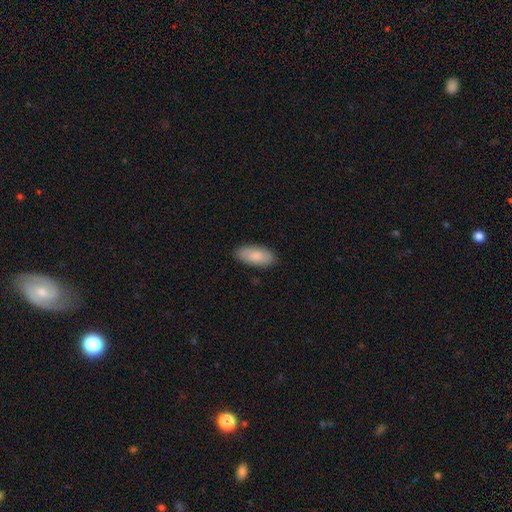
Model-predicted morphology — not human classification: Smooth or featured?
  - smooth: 86% *
  - featured or disk: 8%
  - star or artifact: 6%
How rounded?
  - in between: 91% *
  - cigar-shaped: 7%
  - round: 2%
Merging?
  - none: 88% *
  - minor disturbance: 9%
  - major disturbance: 2%
  - merger: 1%